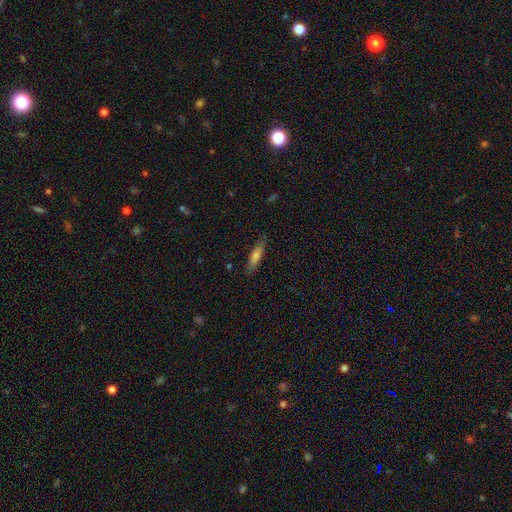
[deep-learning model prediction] Smooth or featured: smooth — 71% (featured or disk — 22%)
How rounded: cigar-shaped — 76% (in between — 22%)
Merging: none — 82% (minor disturbance — 14%)